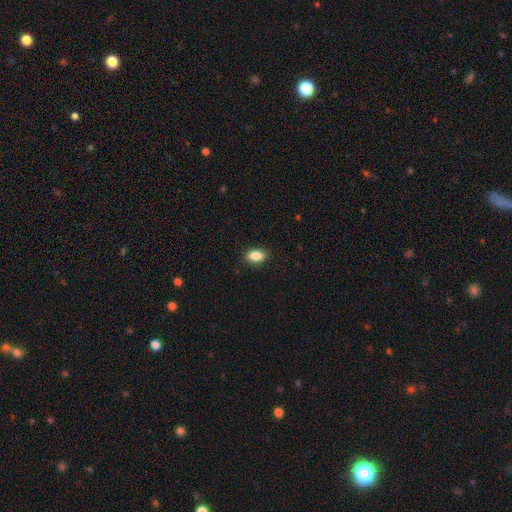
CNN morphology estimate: Smooth or featured?
  - smooth: 87% *
  - star or artifact: 8%
  - featured or disk: 5%
How rounded?
  - in between: 87% *
  - round: 11%
  - cigar-shaped: 2%
Merging?
  - none: 89% *
  - minor disturbance: 8%
  - major disturbance: 2%
  - merger: 1%